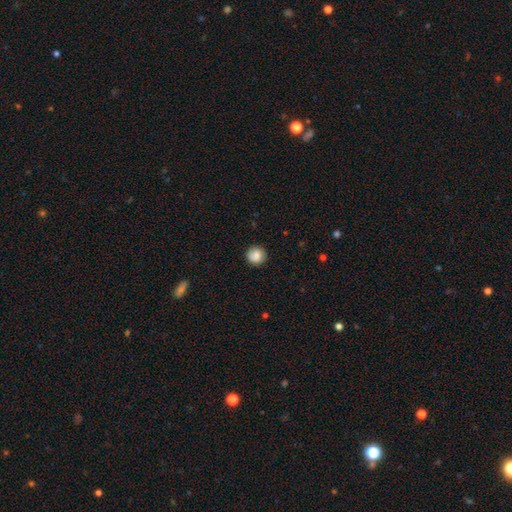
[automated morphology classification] Smooth or featured? smooth (84%)
How rounded? round (92%)
Merging? none (88%)